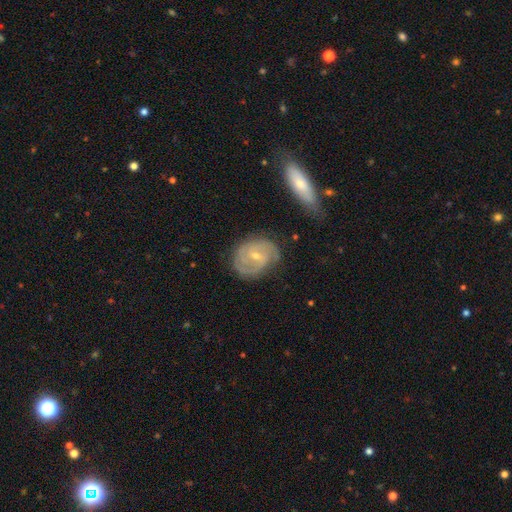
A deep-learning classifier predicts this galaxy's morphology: Overall: featured or disk (82%). Edge-on disk: no (97%). Bar: weak (49%; no 40%). Spiral arms: yes (94%). Spiral arm count: 2 (52%; can't tell 20%). Spiral winding: tight (56%; medium 35%). Bulge size: small (65%; moderate 32%). Merging: none (70%).